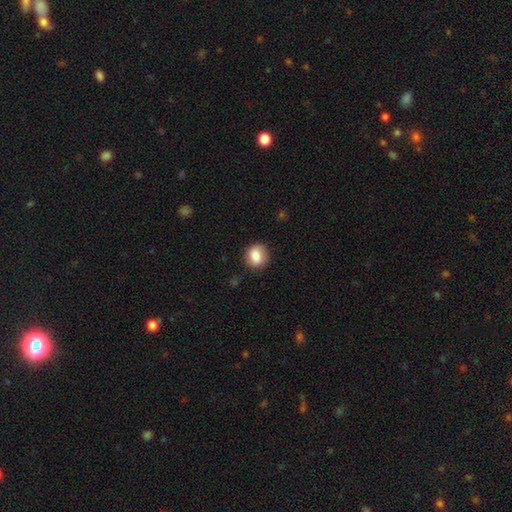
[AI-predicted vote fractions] This appears to be a smooth galaxy with no disk features (83%) that is round (66%). Merging: none (80%).